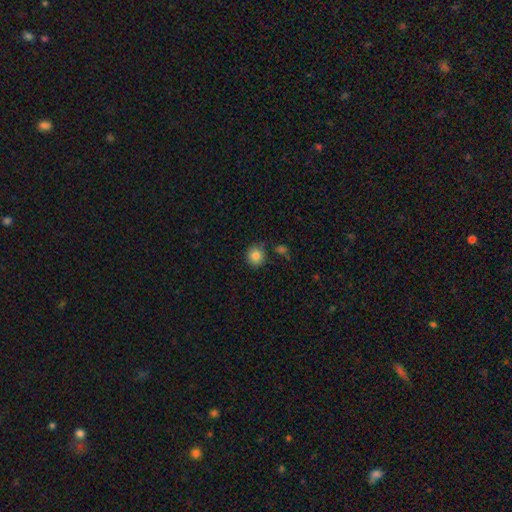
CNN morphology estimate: Q: Smooth or featured?
A: smooth (83%); runner-up: star or artifact (10%)
Q: How rounded?
A: round (90%); runner-up: in between (9%)
Q: Merging?
A: none (81%); runner-up: minor disturbance (11%)